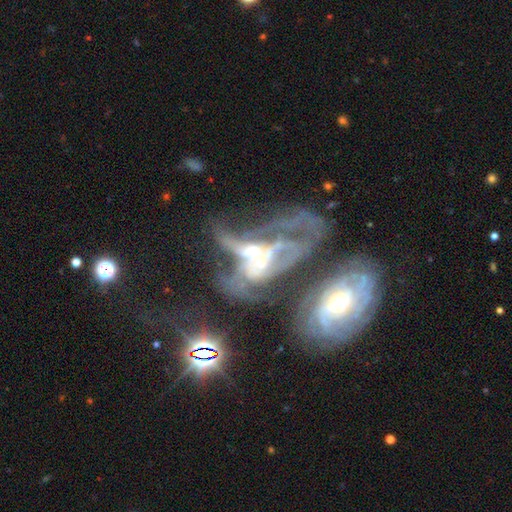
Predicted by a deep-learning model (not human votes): A featured or disk galaxy (72%) with no bar (70%), spiral arms (55%) and a moderate central bulge (49%). Merging: merger (65%).